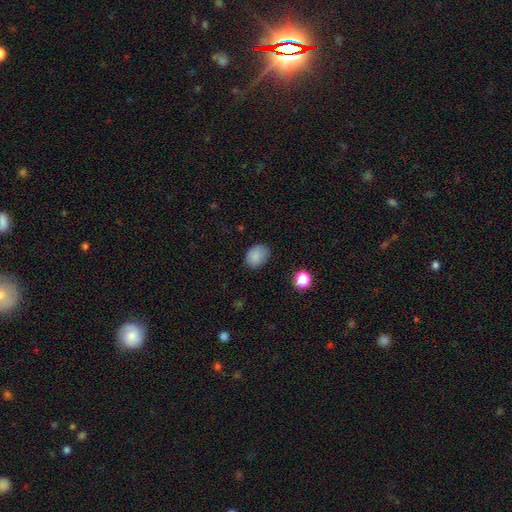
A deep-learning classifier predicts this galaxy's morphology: This appears to be a smooth galaxy with no disk features (85%) that is in between round and cigar-shaped (69%). Merging: none (80%).